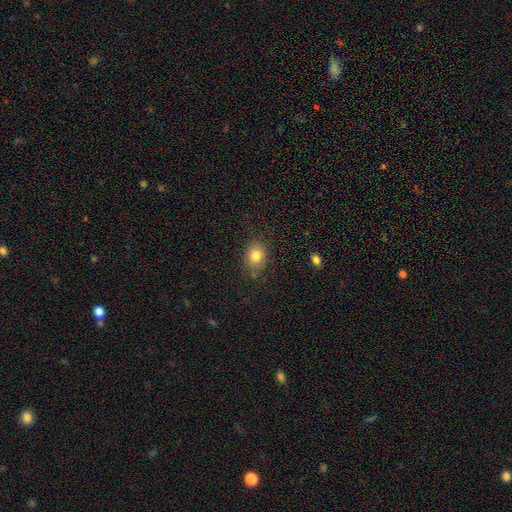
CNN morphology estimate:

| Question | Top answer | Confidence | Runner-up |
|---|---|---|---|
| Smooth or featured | smooth | 81% | star or artifact (11%) |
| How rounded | in between | 50% | round (49%) |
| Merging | none | 79% | minor disturbance (14%) |